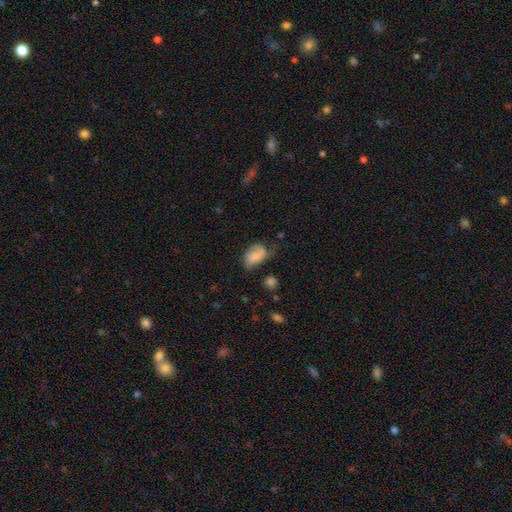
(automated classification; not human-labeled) Smooth or featured?
  - smooth: 70% *
  - featured or disk: 21%
  - star or artifact: 9%
How rounded?
  - in between: 84% *
  - round: 14%
  - cigar-shaped: 2%
Merging?
  - none: 36% *
  - minor disturbance: 35%
  - major disturbance: 22%
  - merger: 7%